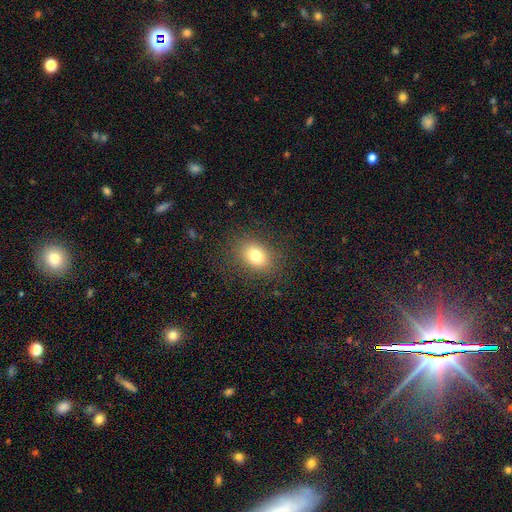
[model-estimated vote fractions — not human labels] Morphology: type=smooth (78%); roundness=in between (67%); merging=none (84%).